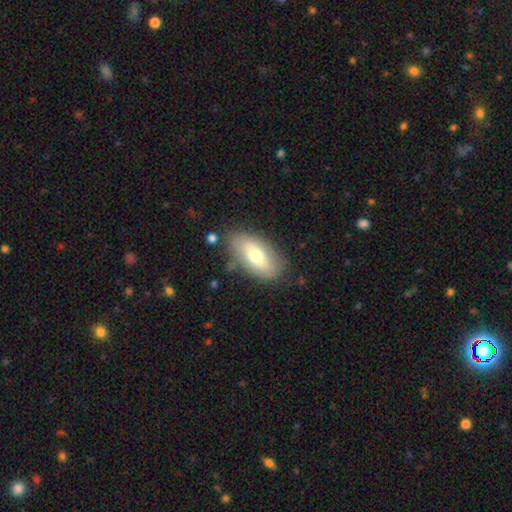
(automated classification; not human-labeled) smooth-or-featured: smooth: 62% | featured or disk: 31% | star or artifact: 7%
  how-rounded: in between: 91% | cigar-shaped: 6% | round: 4%
  merging: none: 78% | minor disturbance: 15% | major disturbance: 4% | merger: 3%